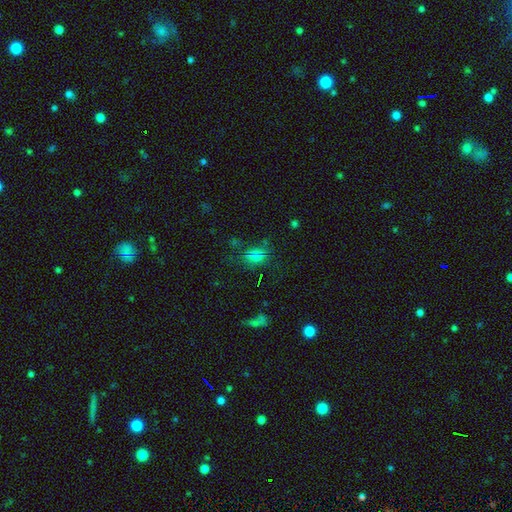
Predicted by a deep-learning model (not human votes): Smooth or featured?
  - smooth: 61% *
  - star or artifact: 27%
  - featured or disk: 12%
How rounded?
  - in between: 61% *
  - round: 36%
  - cigar-shaped: 3%
Merging?
  - none: 72% *
  - minor disturbance: 16%
  - major disturbance: 8%
  - merger: 4%